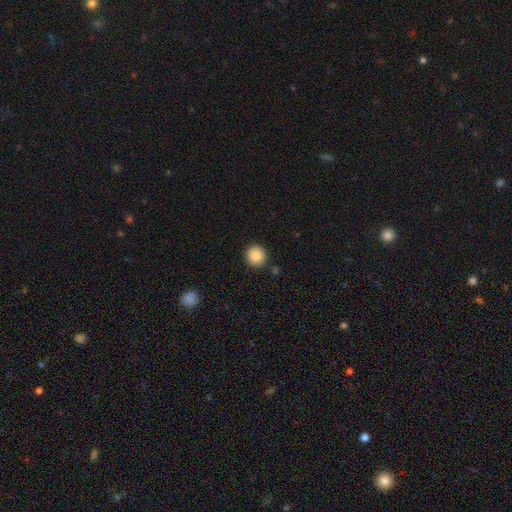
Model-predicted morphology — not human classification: smooth 88%, star or artifact 8%, featured or disk 4%. Down the decision tree: how rounded — round (94%); merging — none (90%).